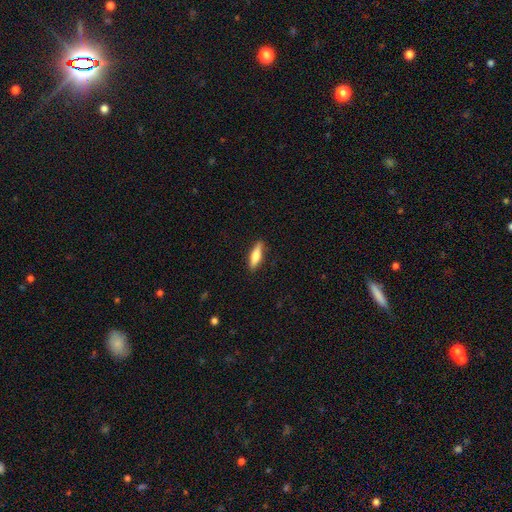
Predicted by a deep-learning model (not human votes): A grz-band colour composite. It shows a smooth galaxy with no disk features (67%) that is cigar-shaped (67%). Merging: none (88%).